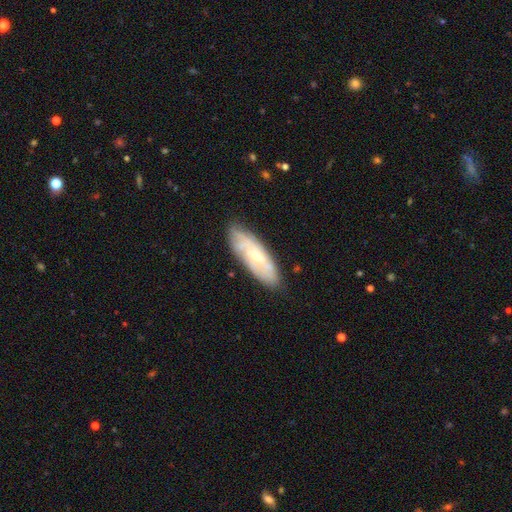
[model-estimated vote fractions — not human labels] Smooth or featured?
  - featured or disk: 55% *
  - smooth: 36%
  - star or artifact: 8%
Edge-on disk?
  - no: 74% *
  - yes: 26%
Merging?
  - none: 83% *
  - minor disturbance: 13%
  - major disturbance: 3%
  - merger: 1%